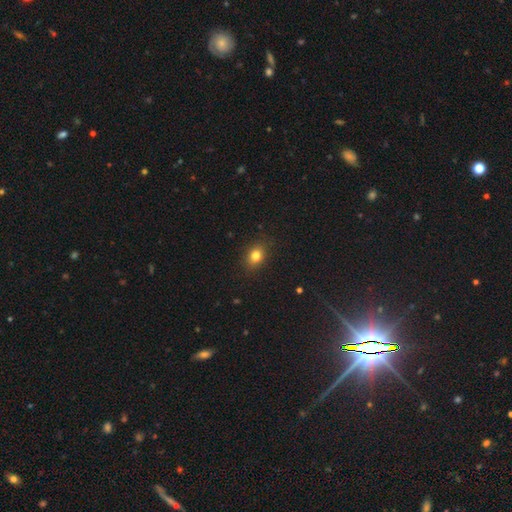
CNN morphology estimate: The model was most divided on "how rounded": in between: 62%, round: 37%, cigar-shaped: 1%. More confident: merging — none (86%); smooth or featured — smooth (80%).